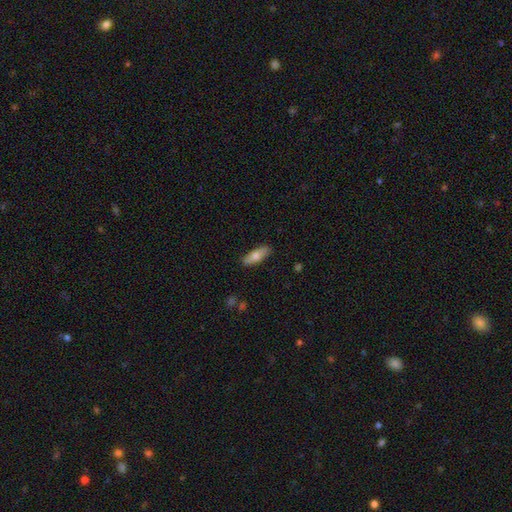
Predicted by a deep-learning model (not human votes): The model was most divided on "how rounded": in between: 60%, cigar-shaped: 37%, round: 3%. More confident: merging — none (87%); smooth or featured — smooth (69%).